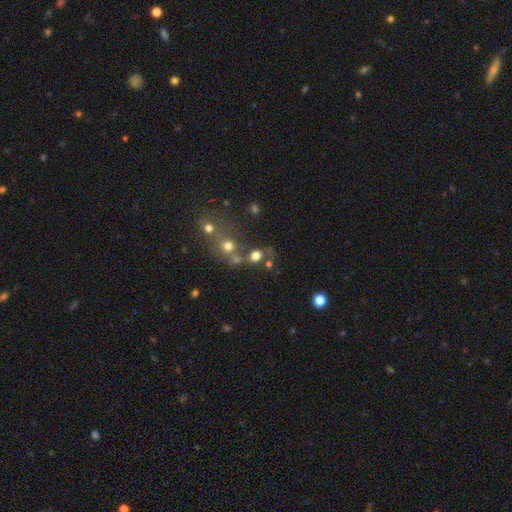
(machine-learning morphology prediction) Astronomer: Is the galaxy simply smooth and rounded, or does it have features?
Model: smooth — 68%.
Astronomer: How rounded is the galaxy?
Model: round — 71%.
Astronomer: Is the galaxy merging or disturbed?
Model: none — 48% (runner-up: merger, 30%).